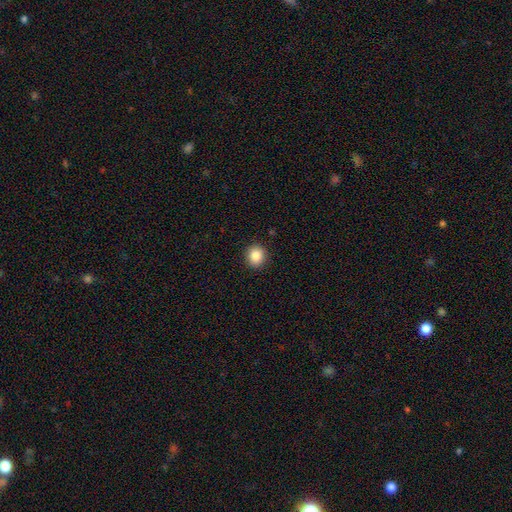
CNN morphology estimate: Smooth or featured: smooth — 86% (star or artifact — 9%)
How rounded: round — 84% (in between — 15%)
Merging: none — 91% (minor disturbance — 6%)